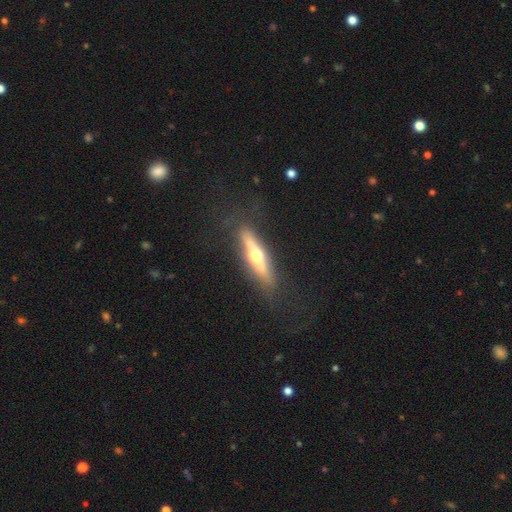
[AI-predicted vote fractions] Q: Smooth or featured?
A: featured or disk (61%); runner-up: smooth (33%)
Q: Edge-on disk?
A: yes (92%); runner-up: no (8%)
Q: Edge-on bulge?
A: rounded (95%); runner-up: boxy (3%)
Q: Merging?
A: none (83%); runner-up: minor disturbance (11%)